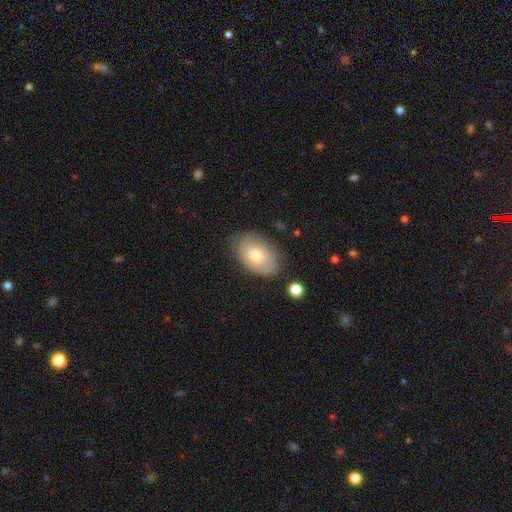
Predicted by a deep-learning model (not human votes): A smooth galaxy with no disk features (57%) that is in between round and cigar-shaped (89%). Merging: none (76%).